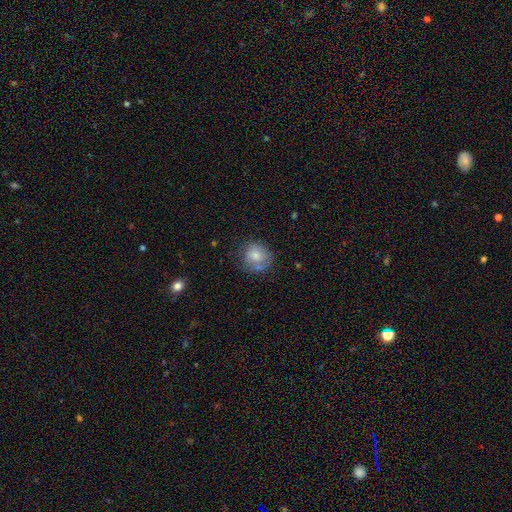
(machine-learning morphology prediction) type=smooth (70%); roundness=round (82%); merging=none (61%).